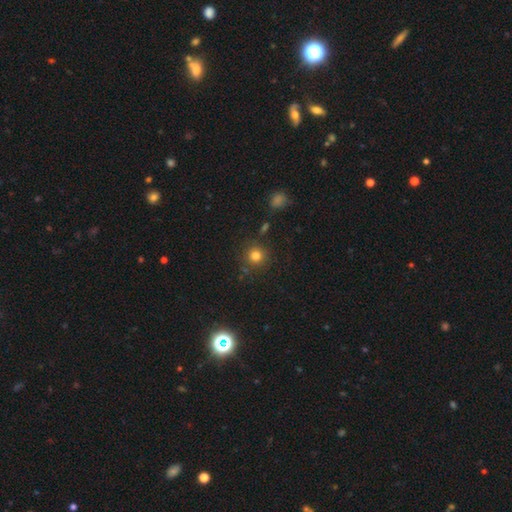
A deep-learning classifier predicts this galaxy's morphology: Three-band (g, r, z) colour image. It shows a smooth galaxy with no disk features (79%) that is round (93%). Merging: none (85%).